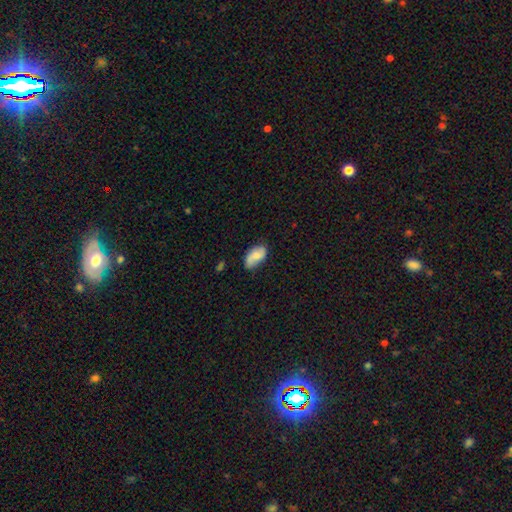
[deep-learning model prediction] smooth_or_featured: smooth (p=0.69) [alt: featured or disk p=0.24]
how_rounded: in between (p=0.93) [alt: round p=0.04]
merging: none (p=0.62) [alt: minor disturbance p=0.29]